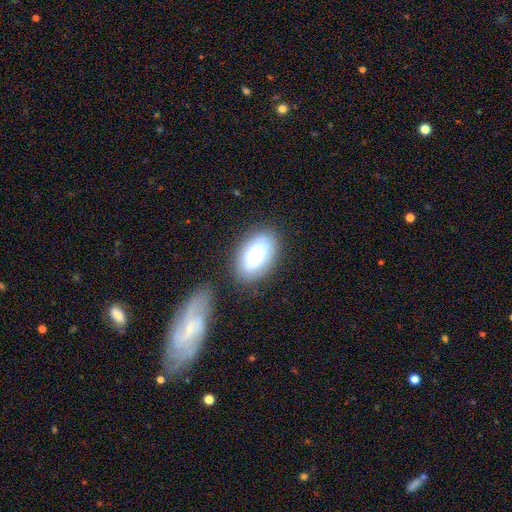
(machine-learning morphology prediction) This appears to be a smooth galaxy with no disk features (68%) that is in between round and cigar-shaped (88%). Merging: none (79%).